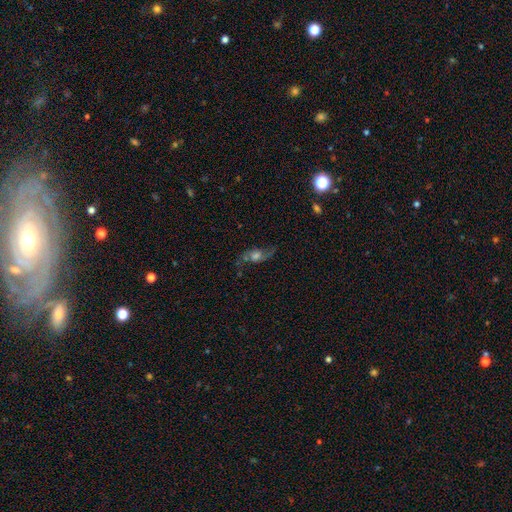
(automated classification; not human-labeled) featured or disk 69%, smooth 18%, star or artifact 13%. Down the decision tree: edge-on disk — no (84%); bar — no (66%); spiral arms — yes (90%); spiral arm count — 2 (91%); spiral winding — loose (76%); bulge size — moderate (47%); merging — none (71%).